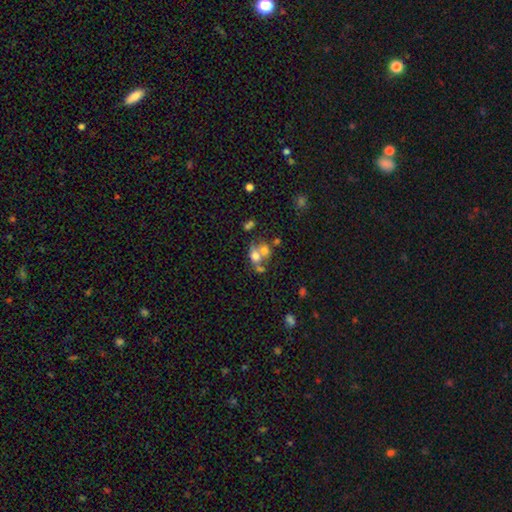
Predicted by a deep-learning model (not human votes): smooth-or-featured: smooth: 61% | featured or disk: 26% | star or artifact: 13%
  how-rounded: round: 51% | in between: 47% | cigar-shaped: 2%
  merging: merger: 57% | none: 27% | minor disturbance: 9% | major disturbance: 7%